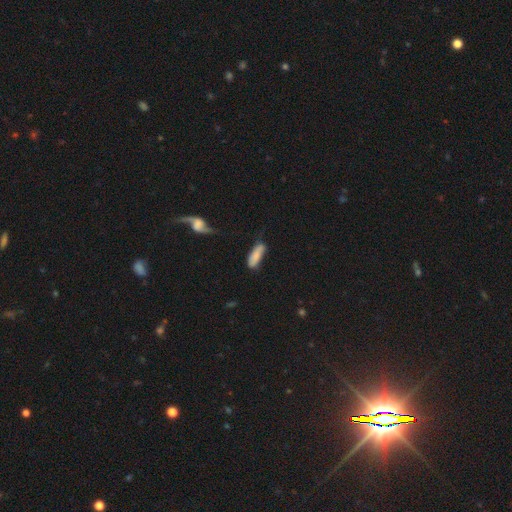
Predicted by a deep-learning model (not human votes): Smooth or featured: smooth — 78% (featured or disk — 15%)
How rounded: in between — 57% (cigar-shaped — 41%)
Merging: none — 56% (minor disturbance — 30%)